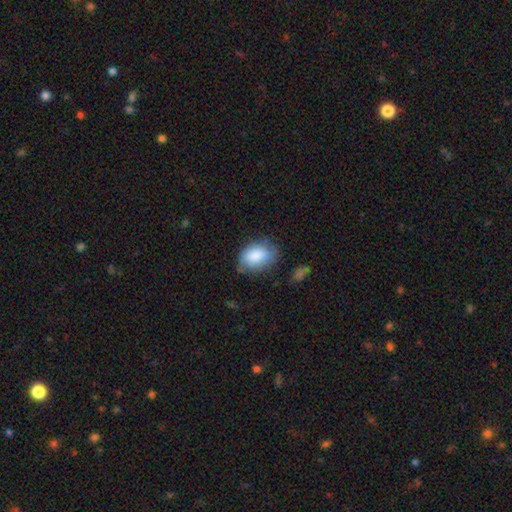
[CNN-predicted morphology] Overall: smooth (84%). How rounded: in between (84%). Merging: none (65%; minor disturbance 26%).